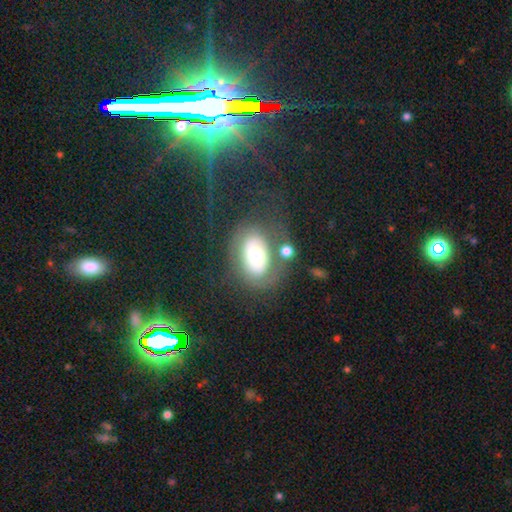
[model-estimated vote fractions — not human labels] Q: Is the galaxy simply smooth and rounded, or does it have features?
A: featured or disk — 51%.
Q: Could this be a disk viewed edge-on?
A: no — 94%.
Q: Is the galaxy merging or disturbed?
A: none — 58%.